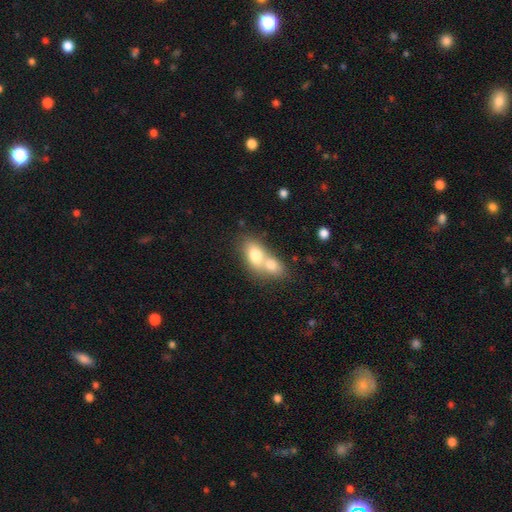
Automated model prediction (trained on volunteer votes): A smooth galaxy with no disk features (73%) that is in between round and cigar-shaped (82%).

Vote fractions:
- Smooth or featured? smooth: 73% / featured or disk: 19% / star or artifact: 8%
- How rounded? in between: 82% / round: 14% / cigar-shaped: 4%
- Merging? merger: 70% / none: 21% / minor disturbance: 6% / major disturbance: 3%